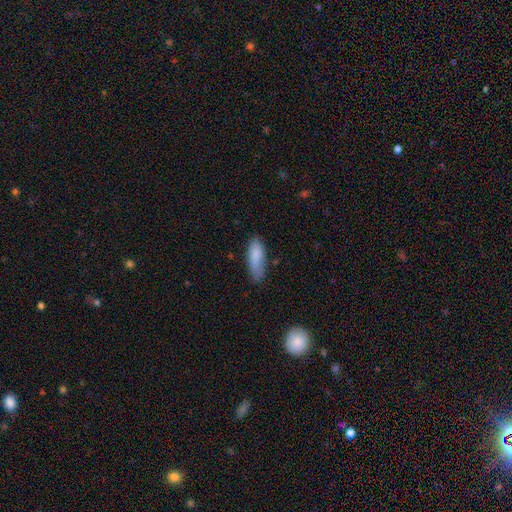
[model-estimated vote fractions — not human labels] Overall: smooth (84%). How rounded: in between (58%; cigar-shaped 41%). Merging: none (68%).